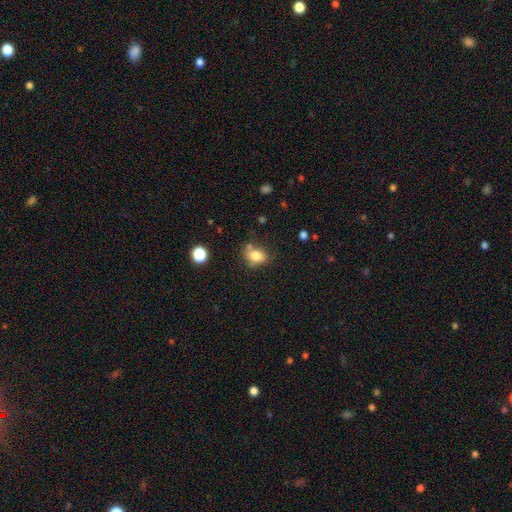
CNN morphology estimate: smooth 79%, featured or disk 10%, star or artifact 10%. Down the decision tree: how rounded — in between (71%); merging — none (57%).